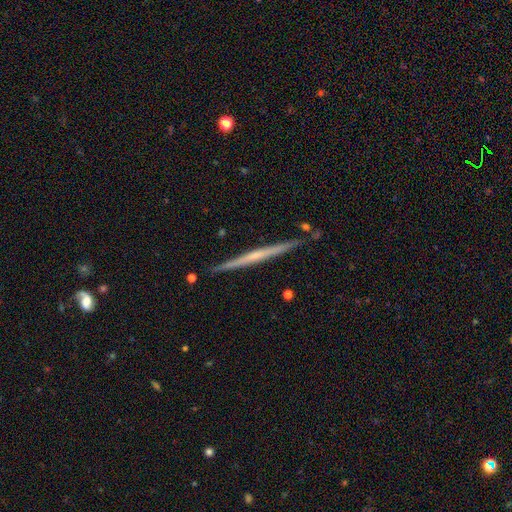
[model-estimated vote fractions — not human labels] Smooth or featured?
  - featured or disk: 67% *
  - smooth: 27%
  - star or artifact: 6%
Edge-on disk?
  - yes: 98% *
  - no: 2%
Edge-on bulge?
  - none: 67% *
  - rounded: 27%
  - boxy: 6%
Merging?
  - none: 90% *
  - minor disturbance: 7%
  - merger: 2%
  - major disturbance: 1%